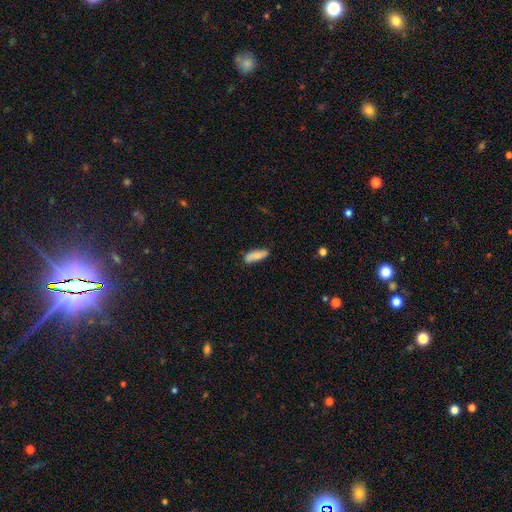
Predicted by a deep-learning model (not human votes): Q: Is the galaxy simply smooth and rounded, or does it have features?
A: smooth — 77%.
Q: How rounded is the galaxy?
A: in between — 57%.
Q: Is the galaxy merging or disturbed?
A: none — 78%.